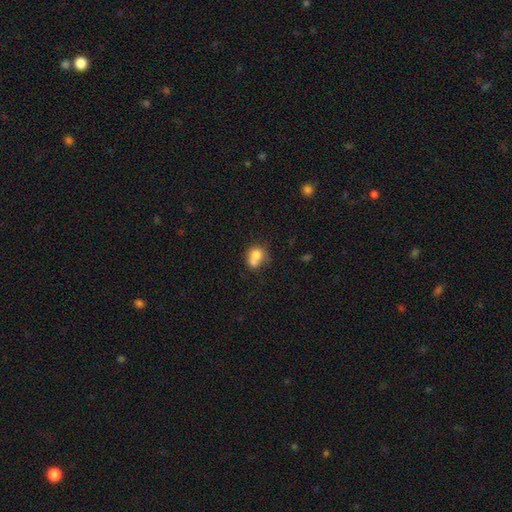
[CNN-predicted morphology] smooth_or_featured: smooth (p=0.72) [alt: featured or disk p=0.17]
how_rounded: round (p=0.65) [alt: in between p=0.34]
merging: merger (p=0.52) [alt: none p=0.30]